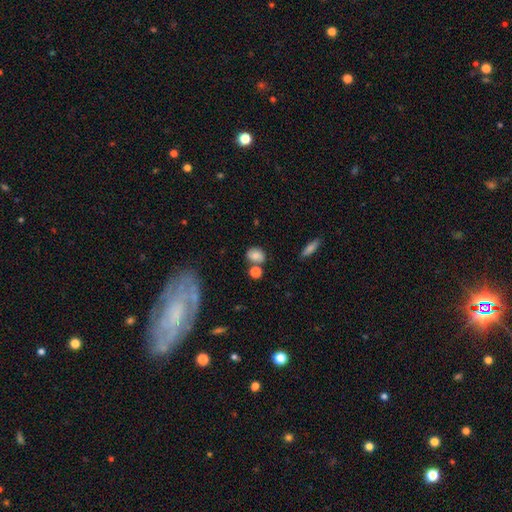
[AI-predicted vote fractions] A smooth galaxy with no disk features (79%) that is in between round and cigar-shaped (52%).

Vote fractions:
- Smooth or featured? smooth: 79% / featured or disk: 11% / star or artifact: 10%
- How rounded? in between: 52% / round: 47% / cigar-shaped: 2%
- Merging? none: 63% / merger: 17% / minor disturbance: 15% / major disturbance: 5%